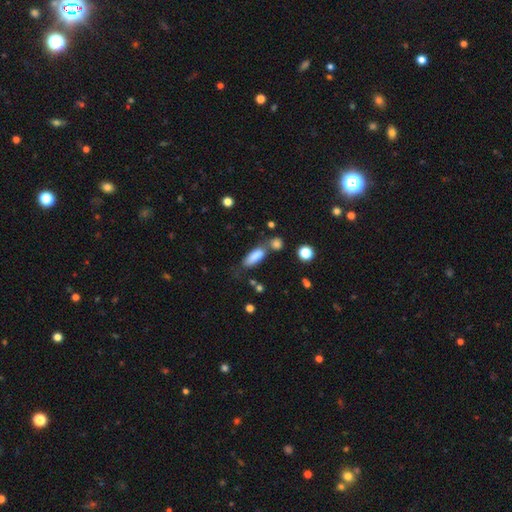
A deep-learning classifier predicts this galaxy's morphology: Smooth or featured?
  - smooth: 83% *
  - featured or disk: 9%
  - star or artifact: 8%
How rounded?
  - in between: 67% *
  - cigar-shaped: 30%
  - round: 3%
Merging?
  - none: 55% *
  - merger: 20%
  - minor disturbance: 18%
  - major disturbance: 7%